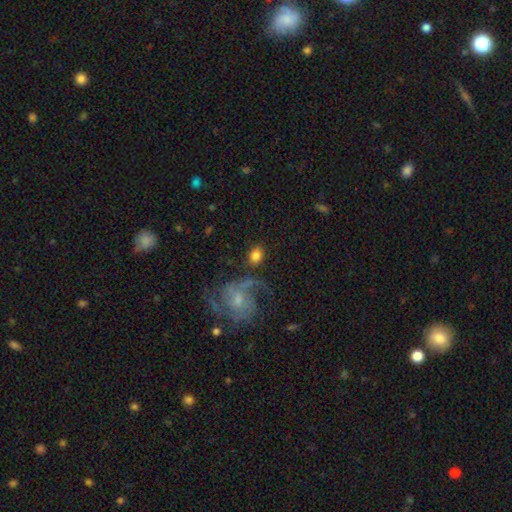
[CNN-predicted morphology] Smooth or featured?
  - smooth: 75% *
  - featured or disk: 17%
  - star or artifact: 8%
How rounded?
  - in between: 52% *
  - round: 47%
  - cigar-shaped: 2%
Merging?
  - none: 70% *
  - minor disturbance: 13%
  - merger: 9%
  - major disturbance: 9%